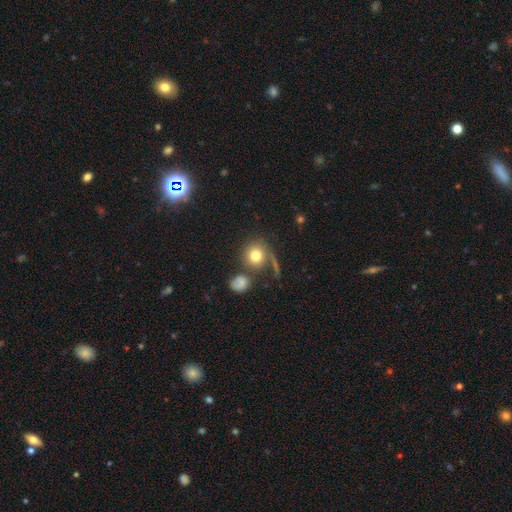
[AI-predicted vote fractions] Smooth or featured?
  - smooth: 76% *
  - featured or disk: 13%
  - star or artifact: 11%
How rounded?
  - round: 89% *
  - in between: 10%
  - cigar-shaped: 1%
Merging?
  - none: 62% *
  - merger: 14%
  - minor disturbance: 13%
  - major disturbance: 11%